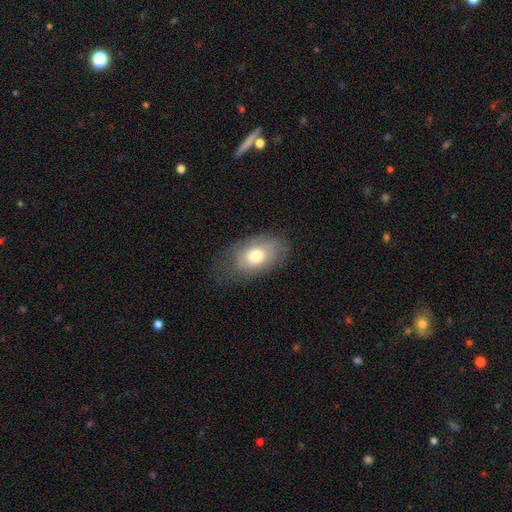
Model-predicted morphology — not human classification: Smooth or featured?
  - smooth: 51% *
  - featured or disk: 41%
  - star or artifact: 8%
How rounded?
  - in between: 88% *
  - round: 10%
  - cigar-shaped: 2%
Merging?
  - none: 63% *
  - minor disturbance: 24%
  - major disturbance: 12%
  - merger: 1%